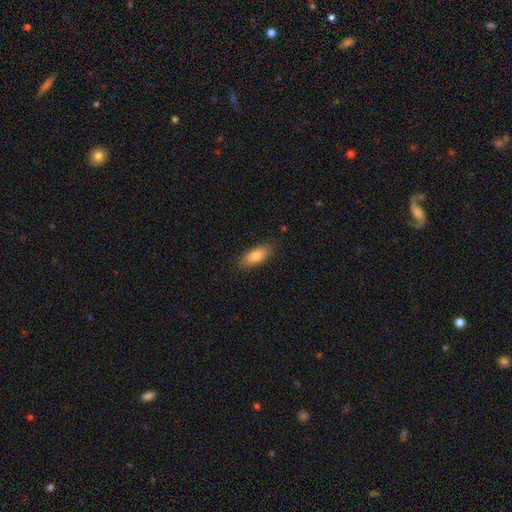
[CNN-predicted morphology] Smooth or featured: smooth — 83% (featured or disk — 11%)
How rounded: in between — 76% (cigar-shaped — 21%)
Merging: none — 84% (minor disturbance — 12%)